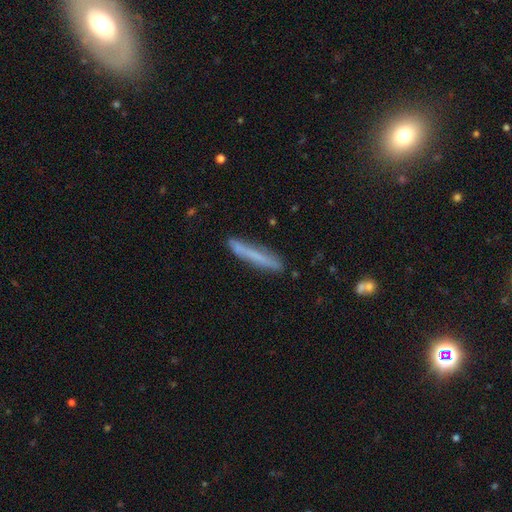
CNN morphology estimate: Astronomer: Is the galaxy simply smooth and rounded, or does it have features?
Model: smooth — 62%.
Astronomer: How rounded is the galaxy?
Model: cigar-shaped — 95%.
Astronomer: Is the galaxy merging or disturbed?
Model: none — 84%.